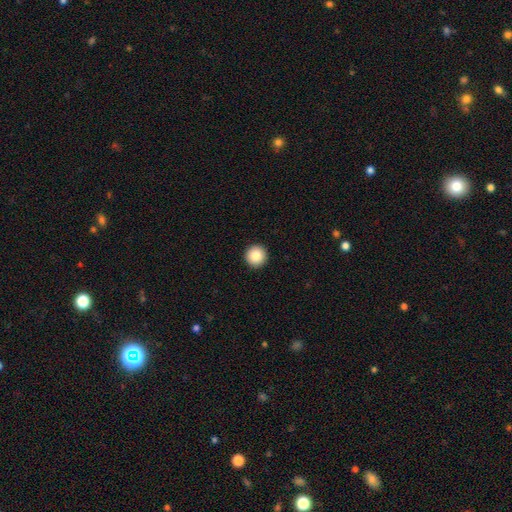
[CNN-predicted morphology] Smooth or featured? smooth (85%)
How rounded? round (96%)
Merging? none (94%)